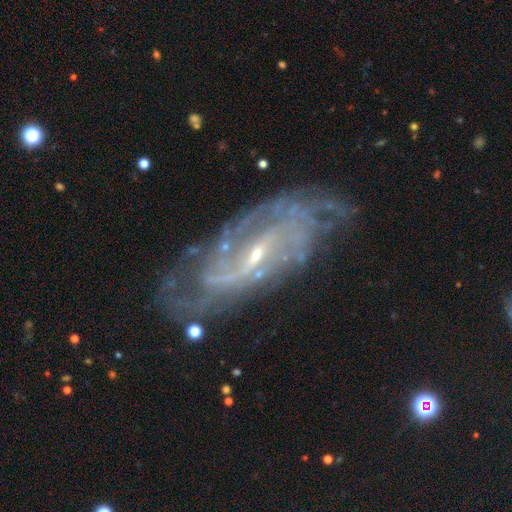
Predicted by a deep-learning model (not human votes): The model was most divided on "spiral arm count": can't tell: 36%, 2: 34%, 3: 11%, 4: 8%, more than 4: 6%, 1: 6%. Remaining: spiral arms — yes (92%); edge-on disk — no (91%); smooth or featured — featured or disk (87%); bulge size — small (78%); merging — none (66%); bar — weak (45%); spiral winding — tight (42%).